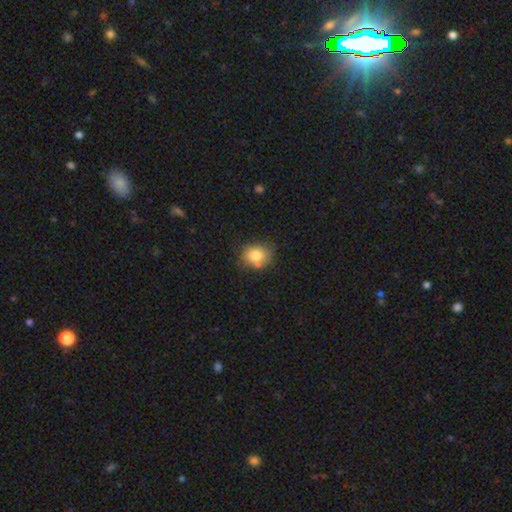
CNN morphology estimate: The model was most divided on "how rounded": round: 59%, in between: 40%, cigar-shaped: 1%. More confident: smooth or featured — smooth (81%); merging — none (63%).